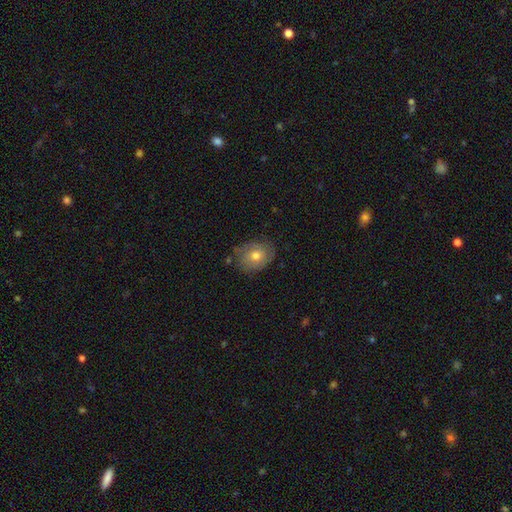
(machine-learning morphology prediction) smooth 63%, featured or disk 28%, star or artifact 9%. Down the decision tree: how rounded — round (53%); merging — none (71%).